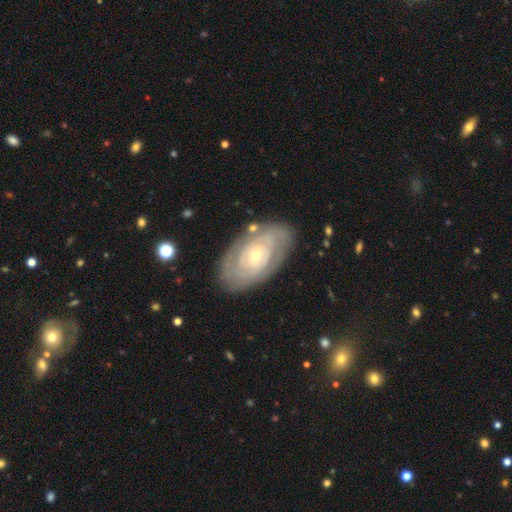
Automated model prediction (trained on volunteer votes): A featured or disk galaxy (80%) with no bar (79%), tight (78%) spiral arms (82%) and a small central bulge (65%).

Vote fractions:
- Smooth or featured? featured or disk: 80% / smooth: 15% / star or artifact: 5%
- Edge-on disk? no: 95% / yes: 5%
- Bar? no: 79% / weak: 17% / strong: 5%
- Spiral arms? yes: 82% / no: 18%
- Spiral winding? tight: 78% / medium: 17% / loose: 5%
- Spiral arm count? can't tell: 46% / 2: 30% / 3: 10% / 4: 5% / 1: 5% / more than 4: 4%
- Bulge size? small: 65% / moderate: 31% / large: 2% / none: 1% / dominant: 1%
- Merging? none: 80% / minor disturbance: 14% / major disturbance: 5% / merger: 2%